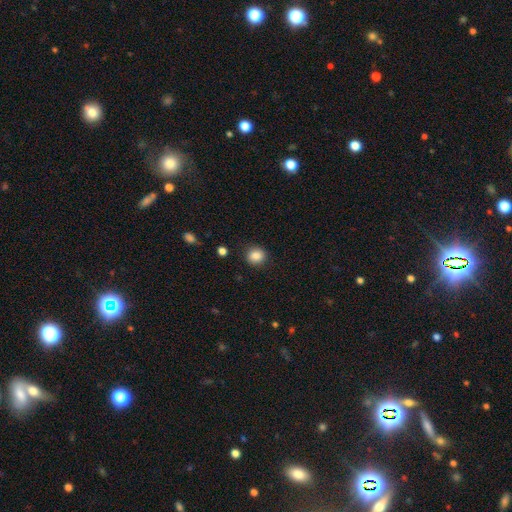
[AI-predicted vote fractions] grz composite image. It shows a smooth galaxy with no disk features (86%) that is round (83%). Merging: none (88%).